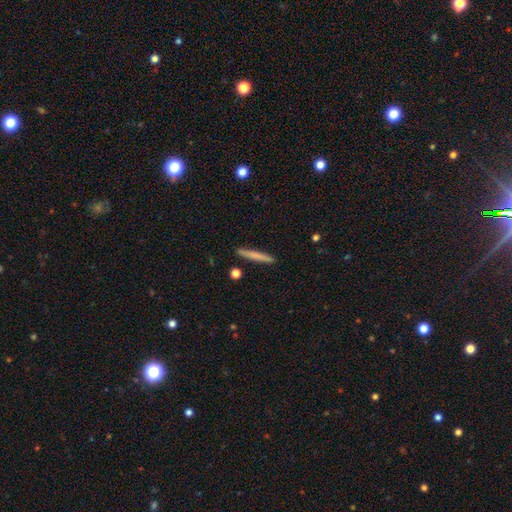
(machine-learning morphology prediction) Overall: smooth (70%). How rounded: cigar-shaped (96%). Merging: none (90%).